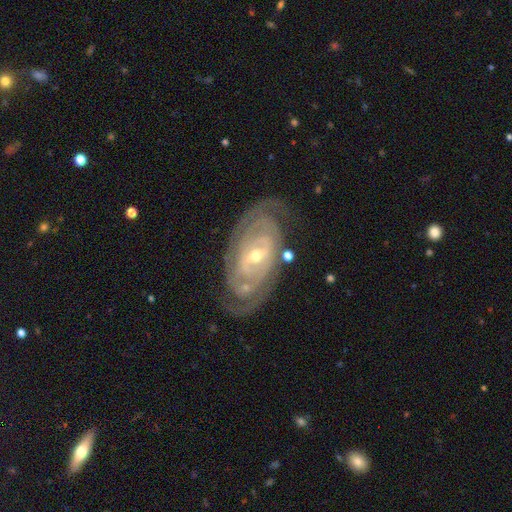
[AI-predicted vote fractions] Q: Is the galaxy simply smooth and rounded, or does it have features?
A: featured or disk — 90%.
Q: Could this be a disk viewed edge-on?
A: no — 95%.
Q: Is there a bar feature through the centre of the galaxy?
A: weak — 39%.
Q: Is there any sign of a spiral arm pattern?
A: yes — 97%.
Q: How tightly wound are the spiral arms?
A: tight — 79%.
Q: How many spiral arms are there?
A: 2 — 46%.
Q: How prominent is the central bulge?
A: small — 53%.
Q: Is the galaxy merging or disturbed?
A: none — 76%.